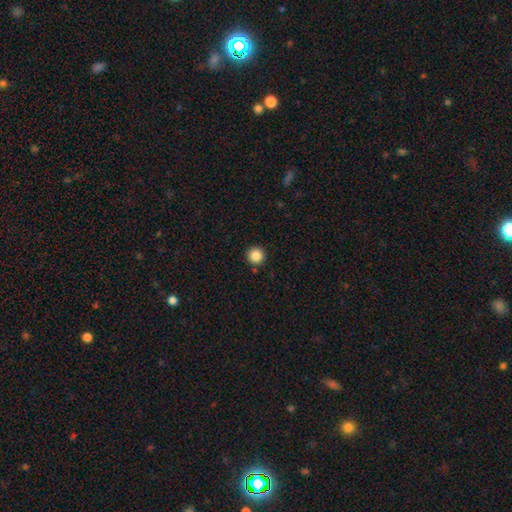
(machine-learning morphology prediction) type=smooth (87%); roundness=round (96%); merging=none (92%).